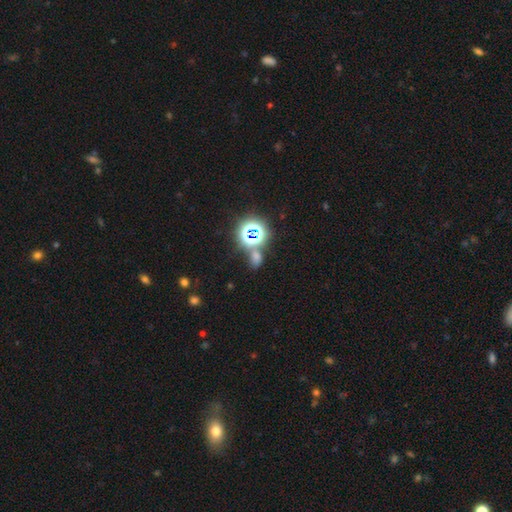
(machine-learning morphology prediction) This is possibly a star or artifact rather than a galaxy (58%).